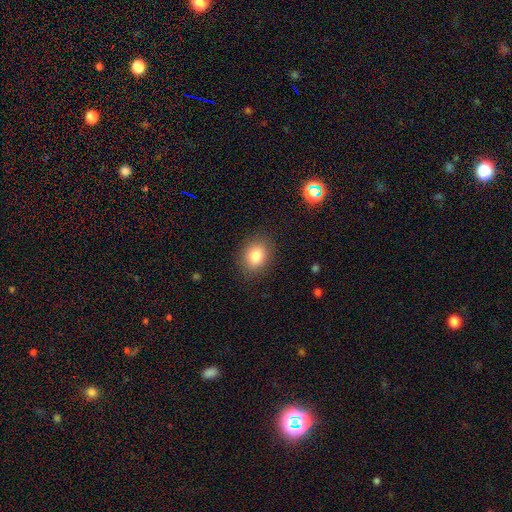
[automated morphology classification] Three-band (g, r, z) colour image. It shows a smooth galaxy with no disk features (82%) that is in between round and cigar-shaped (59%). Merging: none (87%).